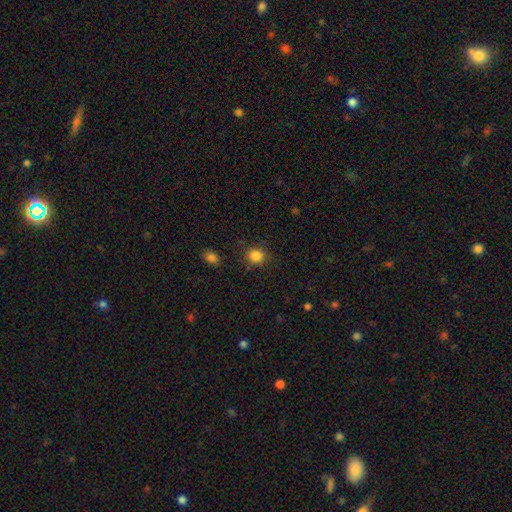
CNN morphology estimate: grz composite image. It shows a smooth galaxy with no disk features (85%) that is round (77%). Merging: none (83%).